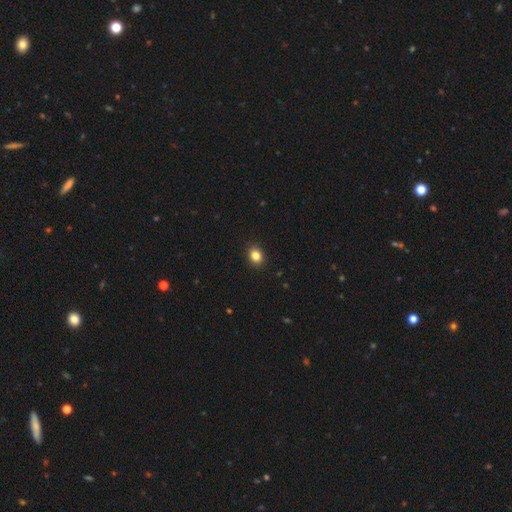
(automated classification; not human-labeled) Smooth or featured? smooth (85%)
How rounded? round (52%)
Merging? none (91%)